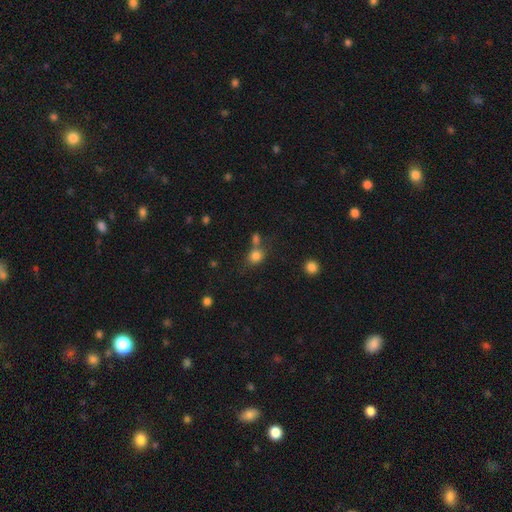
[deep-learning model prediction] Smooth or featured: smooth — 81% (star or artifact — 13%)
How rounded: round — 72% (in between — 27%)
Merging: none — 54% (merger — 29%)